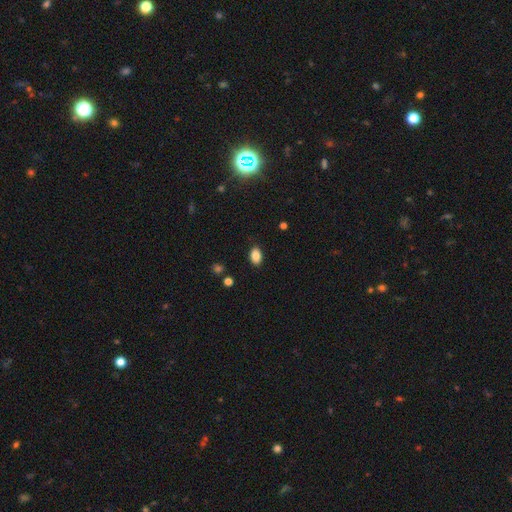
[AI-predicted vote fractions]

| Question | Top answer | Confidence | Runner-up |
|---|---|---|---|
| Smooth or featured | smooth | 86% | star or artifact (9%) |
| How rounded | in between | 88% | round (11%) |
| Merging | none | 86% | minor disturbance (11%) |